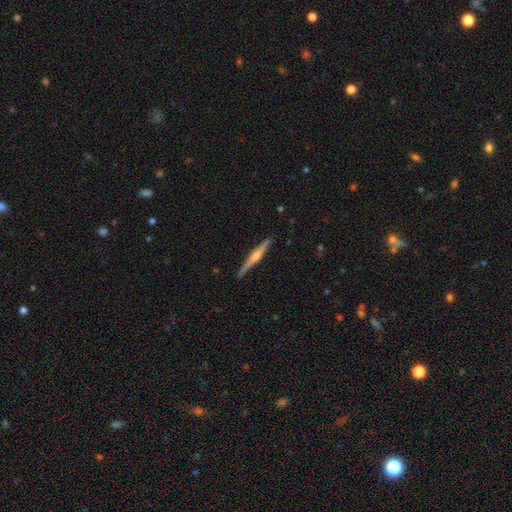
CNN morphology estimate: Smooth or featured: featured or disk — 75% (smooth — 19%)
Edge-on disk: yes — 98% (no — 2%)
Edge-on bulge: rounded — 84% (boxy — 8%)
Merging: none — 91% (minor disturbance — 7%)